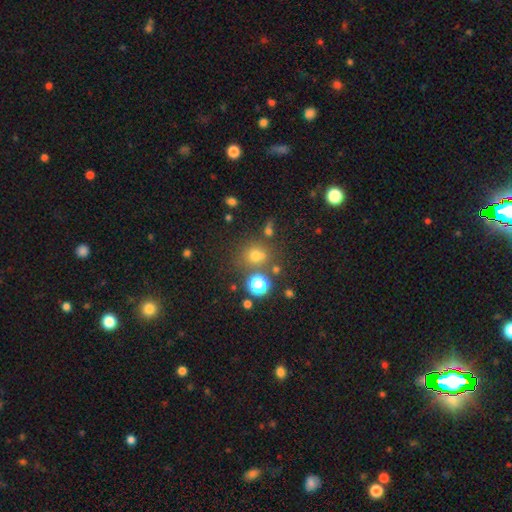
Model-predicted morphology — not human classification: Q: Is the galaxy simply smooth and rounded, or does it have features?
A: smooth — 65%.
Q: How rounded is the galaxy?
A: round — 80%.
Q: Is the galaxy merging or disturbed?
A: none — 68%.